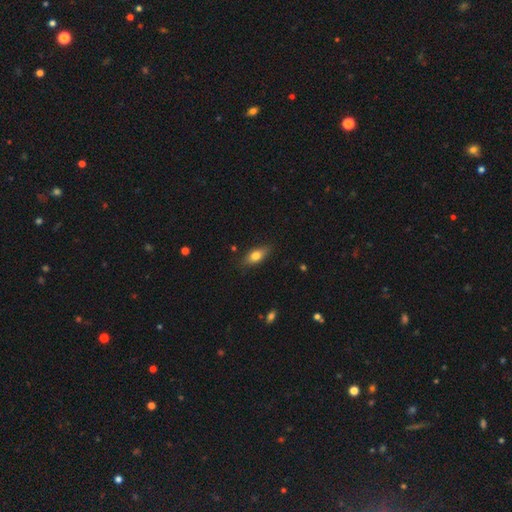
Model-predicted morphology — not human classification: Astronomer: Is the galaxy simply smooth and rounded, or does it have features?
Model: smooth — 75%.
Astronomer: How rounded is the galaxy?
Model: in between — 81%.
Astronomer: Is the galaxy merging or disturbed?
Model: none — 83%.